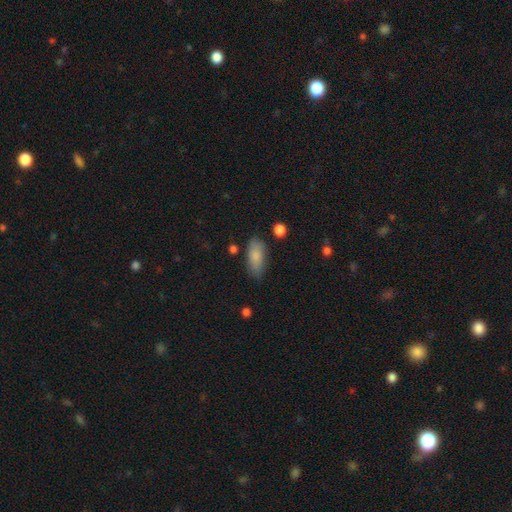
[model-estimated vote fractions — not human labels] Smooth or featured?
  - smooth: 84% *
  - featured or disk: 9%
  - star or artifact: 7%
How rounded?
  - in between: 86% *
  - cigar-shaped: 12%
  - round: 3%
Merging?
  - none: 78% *
  - minor disturbance: 16%
  - major disturbance: 4%
  - merger: 2%